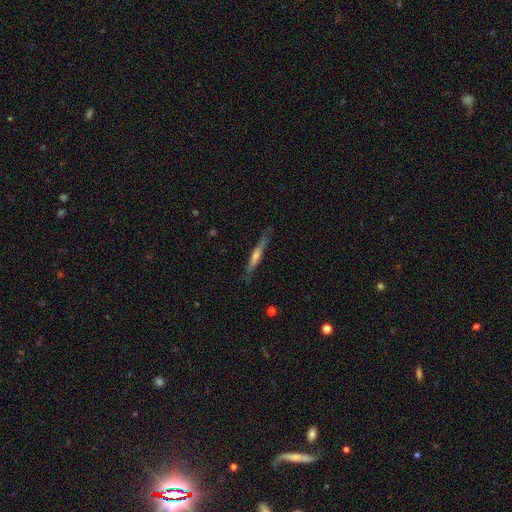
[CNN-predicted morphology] Smooth or featured? featured or disk (57%)
Edge-on disk? yes (94%)
Edge-on bulge? rounded (51%)
Merging? none (82%)